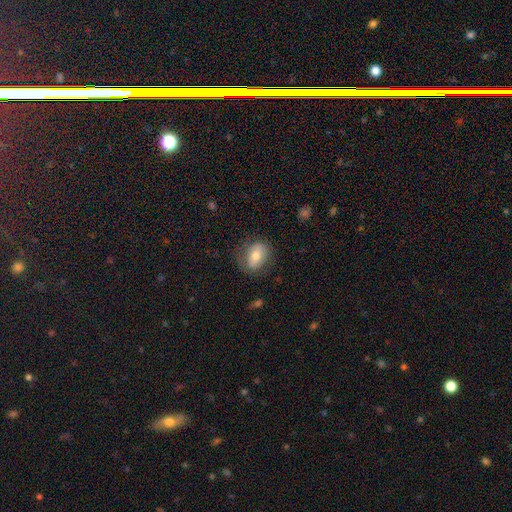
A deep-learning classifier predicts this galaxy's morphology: Q: Smooth or featured?
A: smooth (67%); runner-up: featured or disk (25%)
Q: How rounded?
A: in between (73%); runner-up: round (25%)
Q: Merging?
A: none (73%); runner-up: minor disturbance (18%)